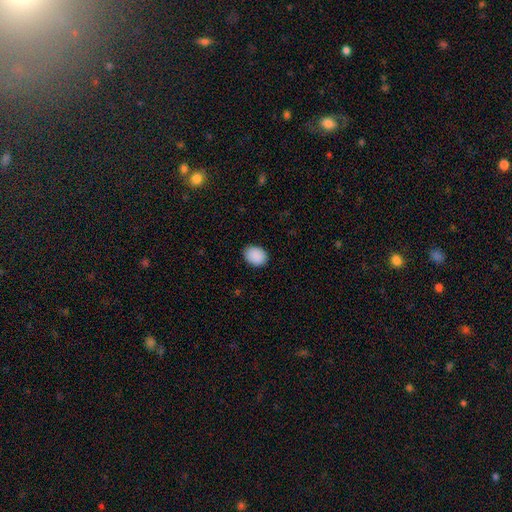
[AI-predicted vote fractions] Smooth or featured? smooth (90%)
How rounded? in between (62%)
Merging? none (87%)